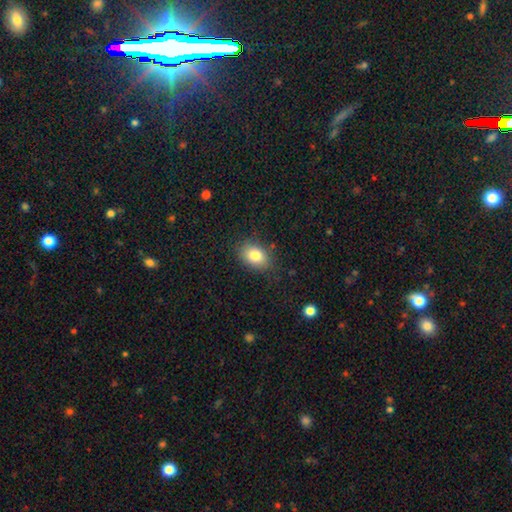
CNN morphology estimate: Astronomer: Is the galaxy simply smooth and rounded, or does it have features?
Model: smooth — 82%.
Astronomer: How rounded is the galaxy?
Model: in between — 75%.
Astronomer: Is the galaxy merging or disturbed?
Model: none — 85%.